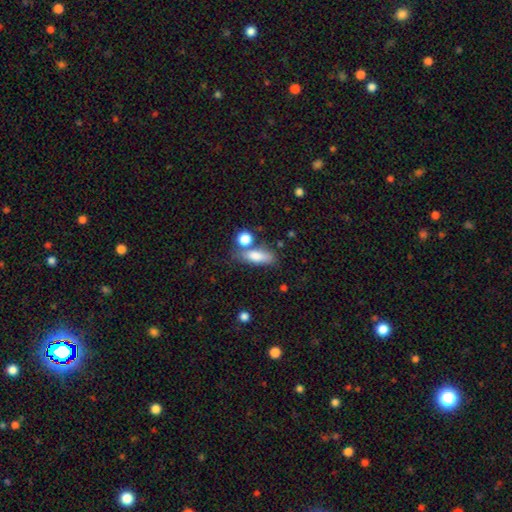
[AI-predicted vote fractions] Smooth or featured: smooth — 78% (featured or disk — 14%)
How rounded: in between — 61% (cigar-shaped — 33%)
Merging: none — 55% (merger — 21%)